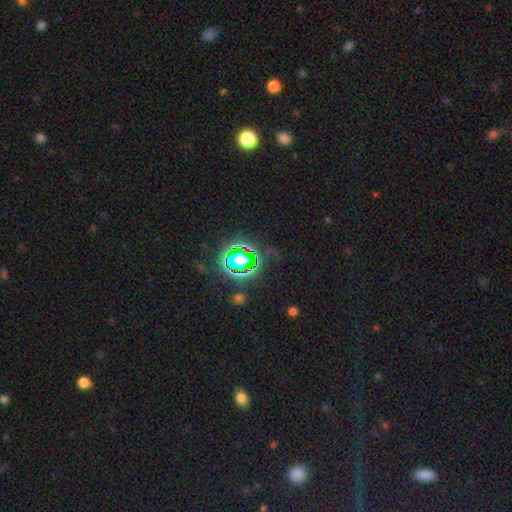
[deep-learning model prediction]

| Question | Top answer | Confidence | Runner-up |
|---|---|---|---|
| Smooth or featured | star or artifact | 79% | smooth (14%) |